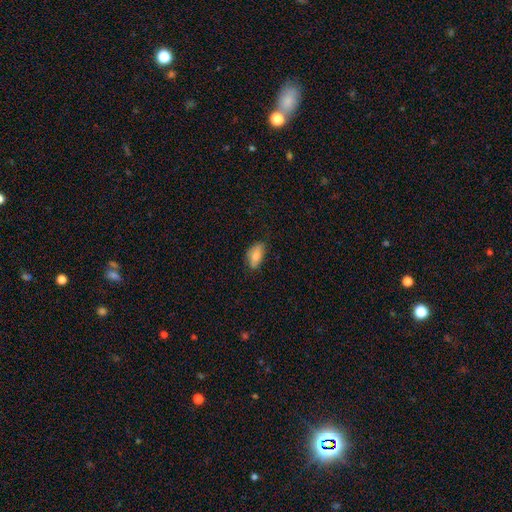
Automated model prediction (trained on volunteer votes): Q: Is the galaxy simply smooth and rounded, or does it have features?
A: smooth — 79%.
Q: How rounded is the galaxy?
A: in between — 88%.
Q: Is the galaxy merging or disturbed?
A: none — 70%.